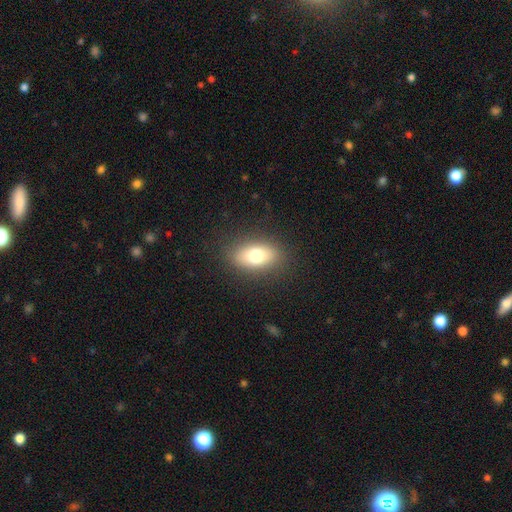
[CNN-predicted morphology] This is likely a smooth galaxy (74%). How rounded: clearly in between (85%). Merging: clearly none (86%).